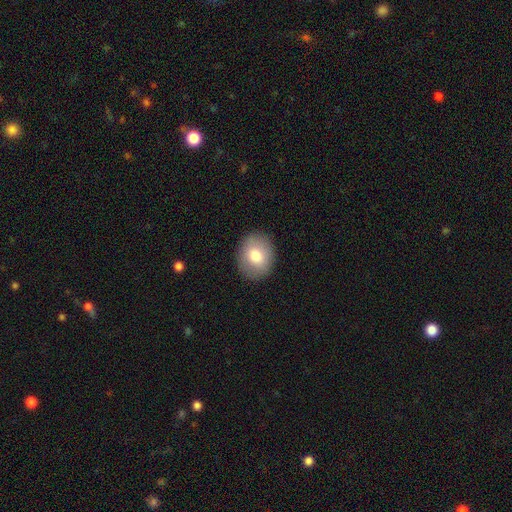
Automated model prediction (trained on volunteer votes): Morphology: type=smooth (76%); roundness=round (52%); merging=none (88%).